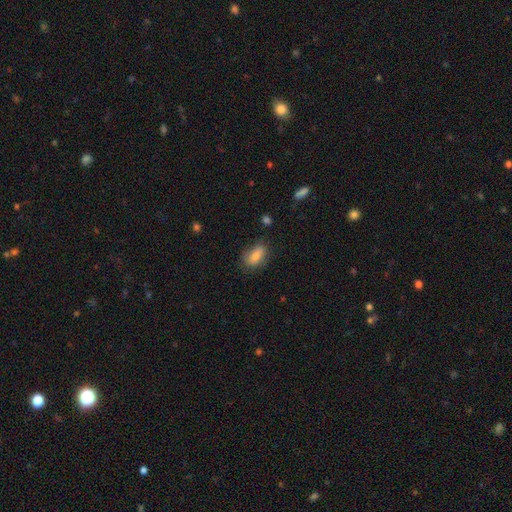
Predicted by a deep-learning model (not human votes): Overall: smooth (83%). How rounded: in between (86%). Merging: none (67%).